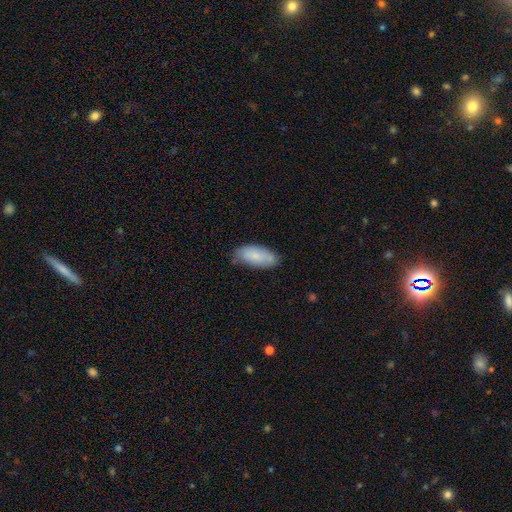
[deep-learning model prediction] Morphology: type=smooth (79%); roundness=in between (89%); merging=none (63%).